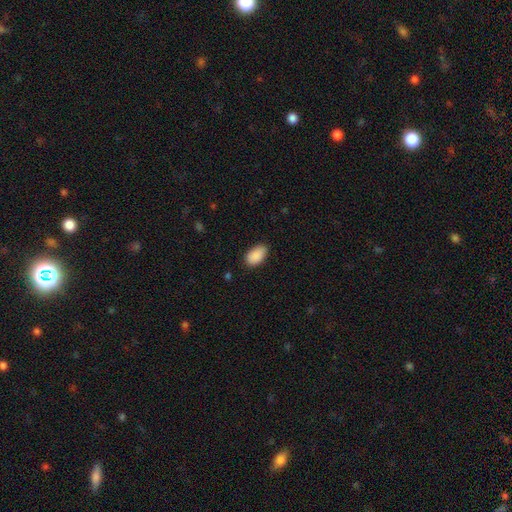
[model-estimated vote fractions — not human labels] smooth_or_featured: smooth (p=0.90) [alt: star or artifact p=0.07]
how_rounded: in between (p=0.94) [alt: round p=0.05]
merging: none (p=0.80) [alt: minor disturbance p=0.16]